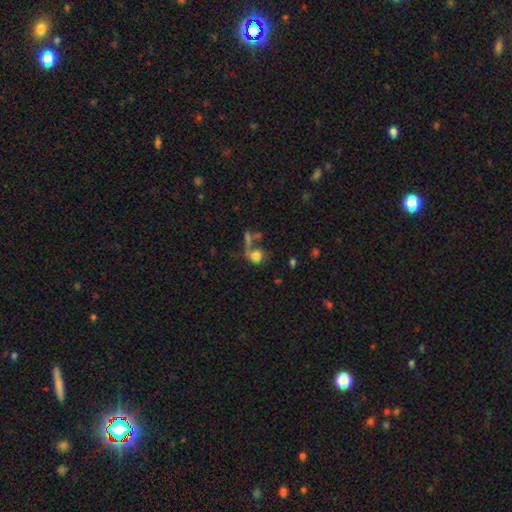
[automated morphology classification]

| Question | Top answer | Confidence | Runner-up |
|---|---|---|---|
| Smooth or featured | smooth | 70% | featured or disk (16%) |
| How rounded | round | 54% | in between (43%) |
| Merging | merger | 35% | none (34%) |